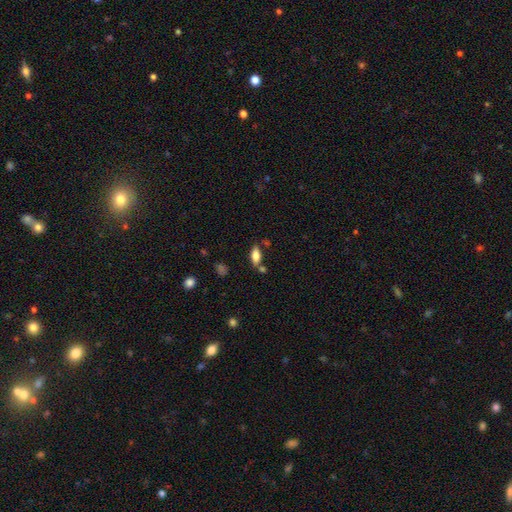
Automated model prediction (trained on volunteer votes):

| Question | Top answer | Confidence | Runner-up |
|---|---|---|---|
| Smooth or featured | smooth | 77% | featured or disk (15%) |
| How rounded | in between | 84% | cigar-shaped (13%) |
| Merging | none | 73% | minor disturbance (13%) |